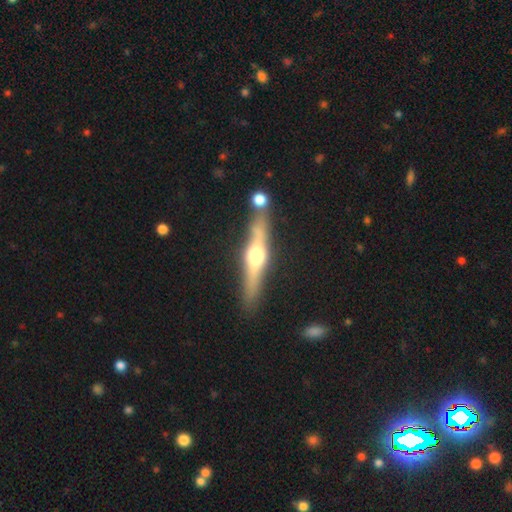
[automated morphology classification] Q: Smooth or featured?
A: featured or disk (69%); runner-up: smooth (25%)
Q: Edge-on disk?
A: yes (95%); runner-up: no (5%)
Q: Edge-on bulge?
A: rounded (93%); runner-up: boxy (4%)
Q: Merging?
A: none (70%); runner-up: merger (14%)